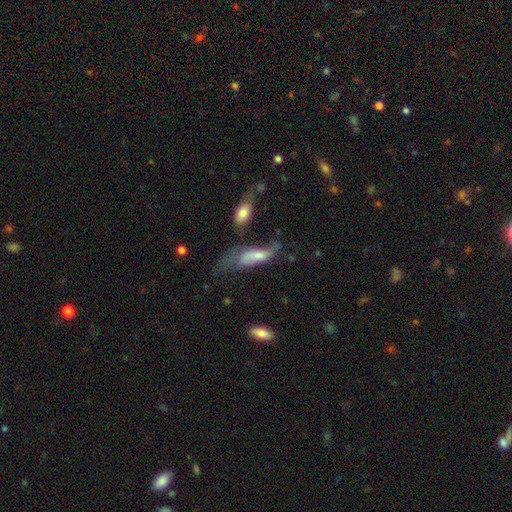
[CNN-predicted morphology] This is possibly a smooth galaxy (54%). How rounded: likely in between (61%). Merging: marginally major disturbance (37%).